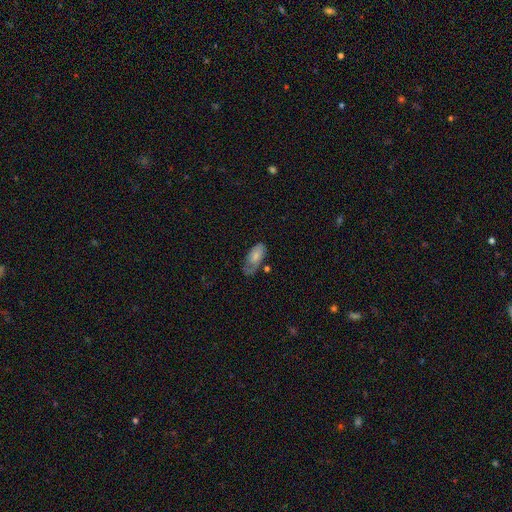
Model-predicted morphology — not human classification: A smooth galaxy with no disk features (57%) that is in between round and cigar-shaped (91%).

Vote fractions:
- Smooth or featured? smooth: 57% / featured or disk: 37% / star or artifact: 7%
- How rounded? in between: 91% / cigar-shaped: 6% / round: 3%
- Merging? none: 44% / minor disturbance: 32% / major disturbance: 19% / merger: 5%